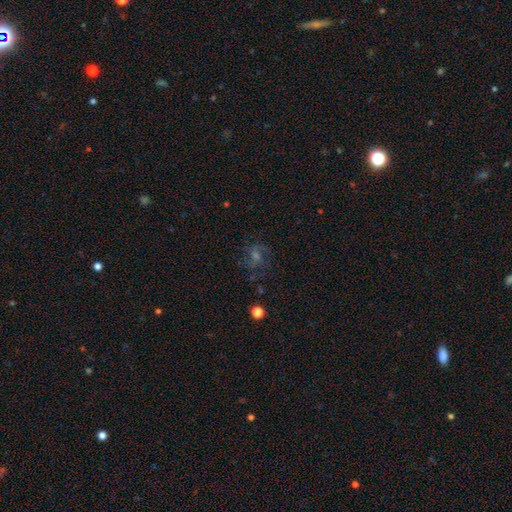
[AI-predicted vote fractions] Smooth or featured?
  - featured or disk: 53% *
  - star or artifact: 26%
  - smooth: 21%
Edge-on disk?
  - no: 97% *
  - yes: 3%
Bar?
  - no: 51% *
  - weak: 40%
  - strong: 8%
Spiral arms?
  - yes: 87% *
  - no: 13%
Bulge size?
  - moderate: 47% *
  - small: 35%
  - none: 9%
  - large: 8%
  - dominant: 2%
Merging?
  - none: 75% *
  - minor disturbance: 14%
  - major disturbance: 9%
  - merger: 2%